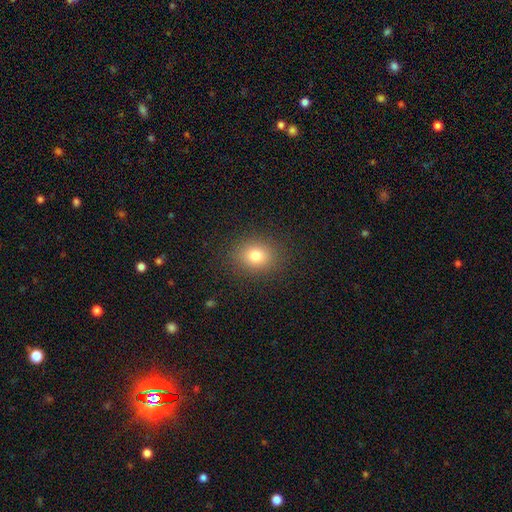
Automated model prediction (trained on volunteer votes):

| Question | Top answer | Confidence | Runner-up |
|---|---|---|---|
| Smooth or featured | smooth | 79% | star or artifact (13%) |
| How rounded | round | 71% | in between (28%) |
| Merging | none | 89% | minor disturbance (7%) |